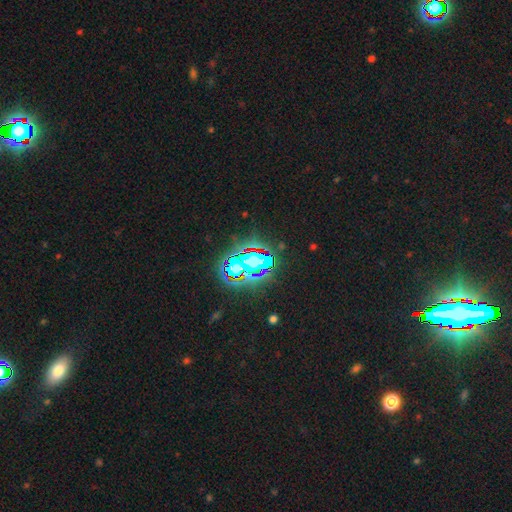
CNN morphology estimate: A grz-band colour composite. It shows a star or artifact, not a galaxy (69%).